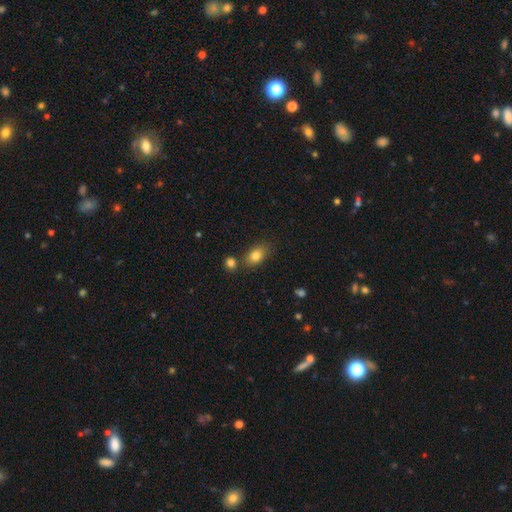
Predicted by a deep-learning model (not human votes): smooth-or-featured: smooth: 82% | featured or disk: 10% | star or artifact: 9%
  how-rounded: in between: 85% | round: 12% | cigar-shaped: 2%
  merging: none: 69% | minor disturbance: 14% | merger: 13% | major disturbance: 3%